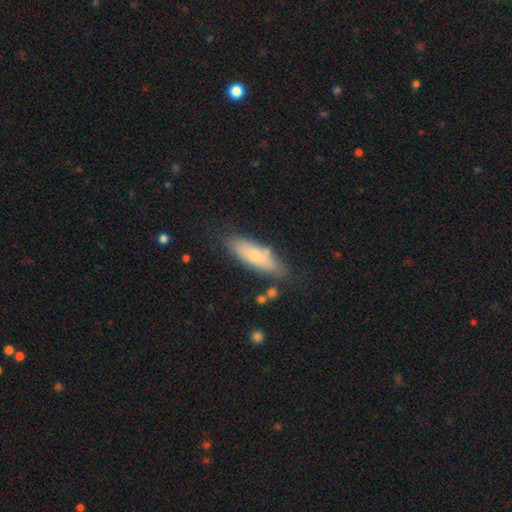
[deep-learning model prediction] Morphology: type=smooth (71%); roundness=in between (57%); merging=none (73%).